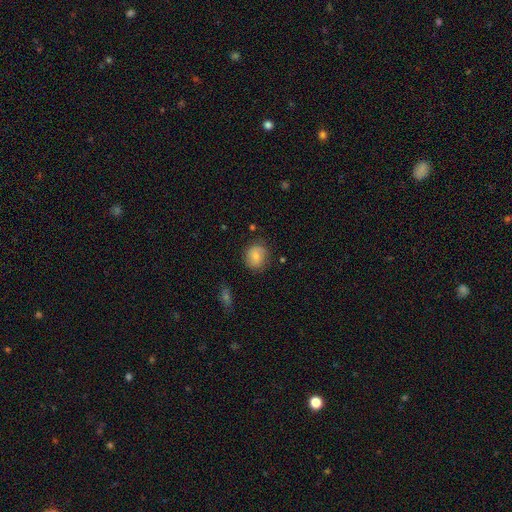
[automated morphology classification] A smooth galaxy with no disk features (70%) that is round (74%).

Vote fractions:
- Smooth or featured? smooth: 70% / featured or disk: 22% / star or artifact: 8%
- How rounded? round: 74% / in between: 25% / cigar-shaped: 1%
- Merging? none: 76% / minor disturbance: 17% / major disturbance: 5% / merger: 2%